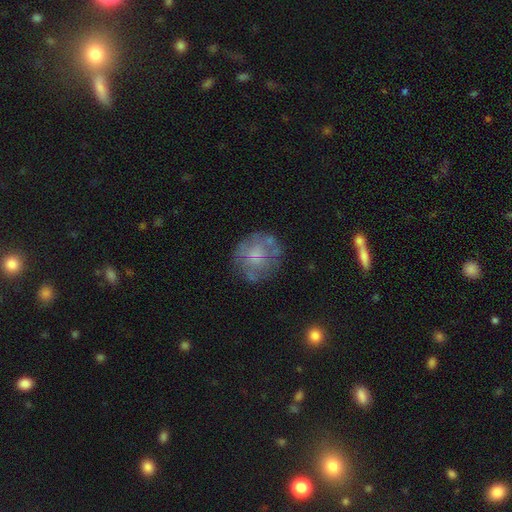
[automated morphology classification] Smooth or featured?
  - featured or disk: 51% *
  - smooth: 38%
  - star or artifact: 11%
Edge-on disk?
  - no: 98% *
  - yes: 2%
Merging?
  - none: 59% *
  - minor disturbance: 21%
  - major disturbance: 15%
  - merger: 6%